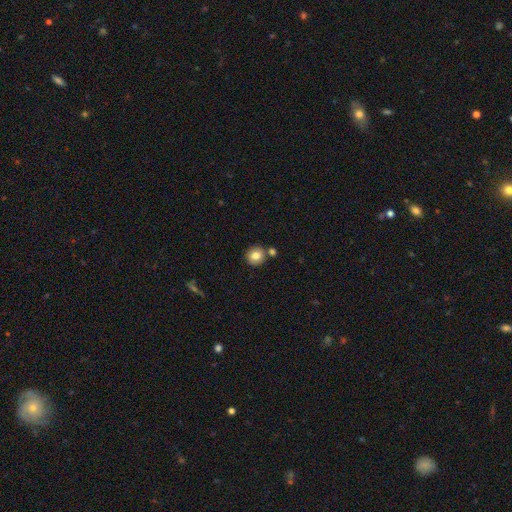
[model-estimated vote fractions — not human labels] smooth-or-featured: smooth: 81% | star or artifact: 10% | featured or disk: 9%
  how-rounded: round: 87% | in between: 12% | cigar-shaped: 1%
  merging: none: 74% | merger: 14% | minor disturbance: 9% | major disturbance: 2%